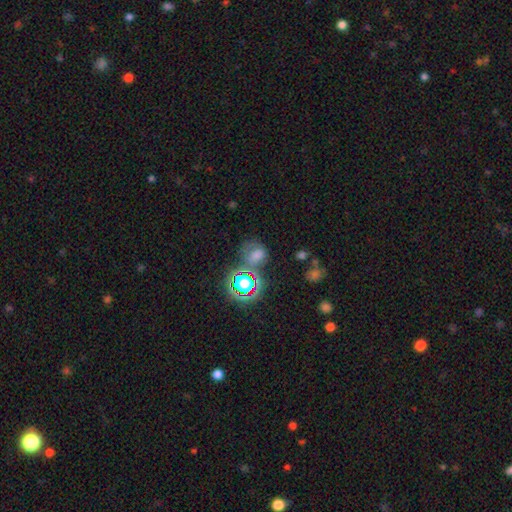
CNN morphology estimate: A smooth galaxy with no disk features (43%). Merging: none (52%).